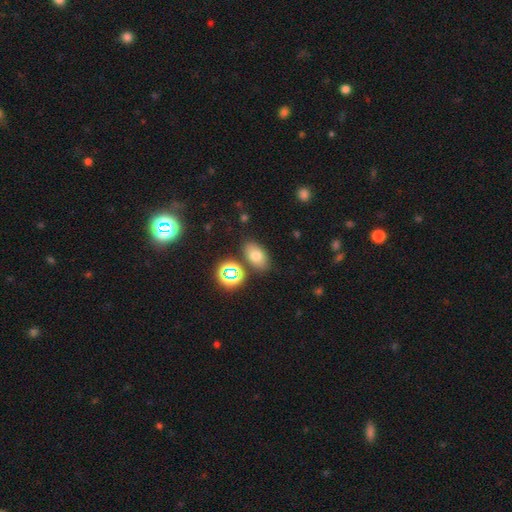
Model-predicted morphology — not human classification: type=smooth (70%); roundness=in between (85%); merging=none (79%).